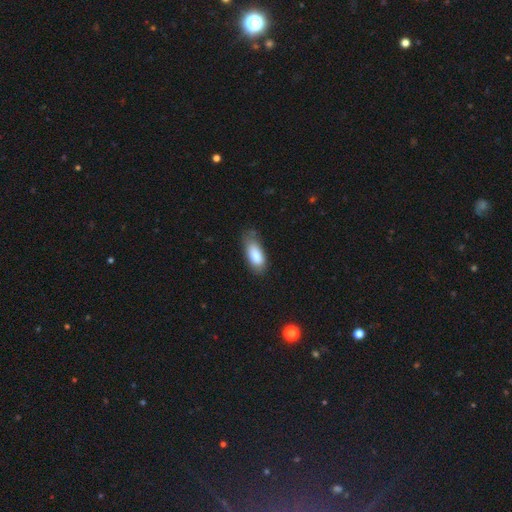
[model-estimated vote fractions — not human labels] Q: Smooth or featured?
A: smooth (83%); runner-up: featured or disk (10%)
Q: How rounded?
A: in between (81%); runner-up: cigar-shaped (17%)
Q: Merging?
A: none (64%); runner-up: minor disturbance (28%)